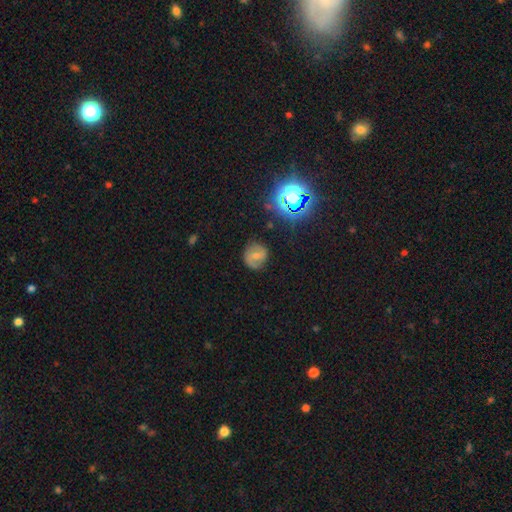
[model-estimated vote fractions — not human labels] Smooth or featured: featured or disk — 53% (smooth — 33%)
Edge-on disk: no — 97% (yes — 3%)
Bar: weak — 48% (strong — 29%)
Spiral arms: yes — 86% (no — 14%)
Bulge size: small — 44% (none — 28%)
Merging: none — 78% (minor disturbance — 15%)